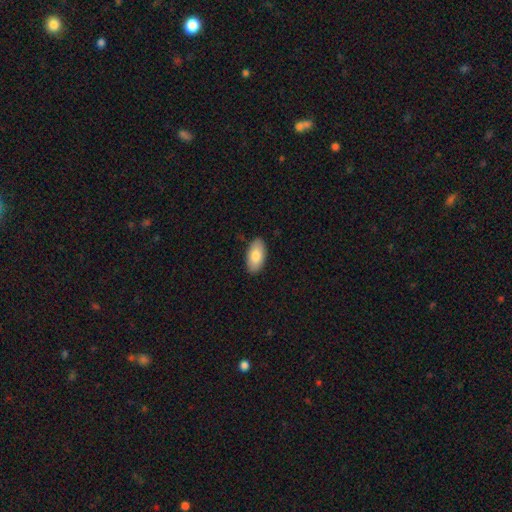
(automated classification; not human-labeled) This is clearly a smooth galaxy (82%). How rounded: clearly in between (95%). Merging: clearly none (89%).